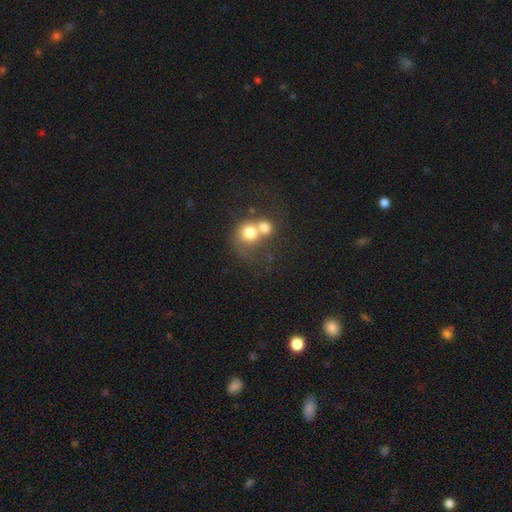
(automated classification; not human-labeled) Morphology: type=smooth (48%); merging=merger (46%).